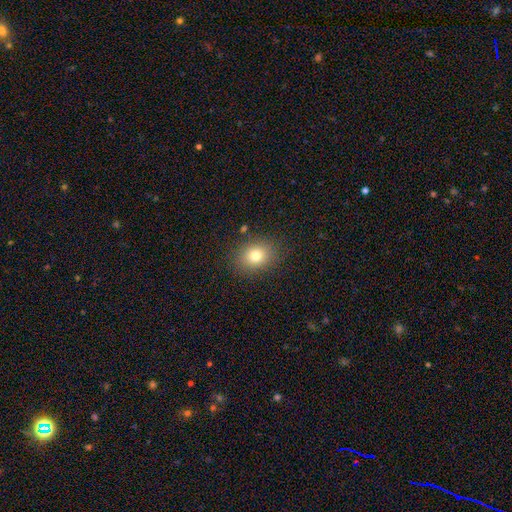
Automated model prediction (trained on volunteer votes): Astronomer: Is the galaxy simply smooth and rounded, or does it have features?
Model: smooth — 77%.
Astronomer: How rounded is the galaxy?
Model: round — 52% (runner-up: in between, 47%).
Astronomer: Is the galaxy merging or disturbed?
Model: none — 85%.